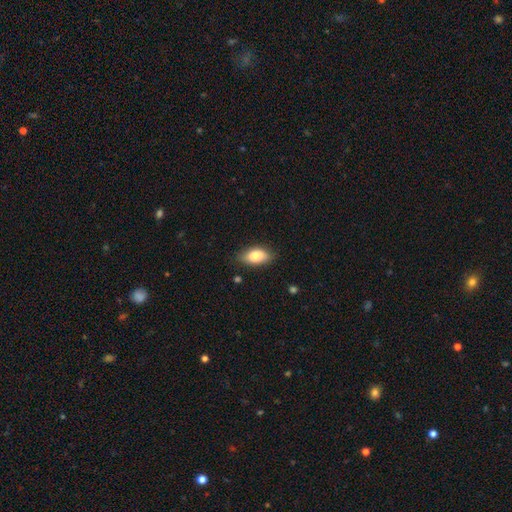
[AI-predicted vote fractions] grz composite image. It shows a smooth galaxy with no disk features (82%) that is in between round and cigar-shaped (90%). Merging: none (80%).